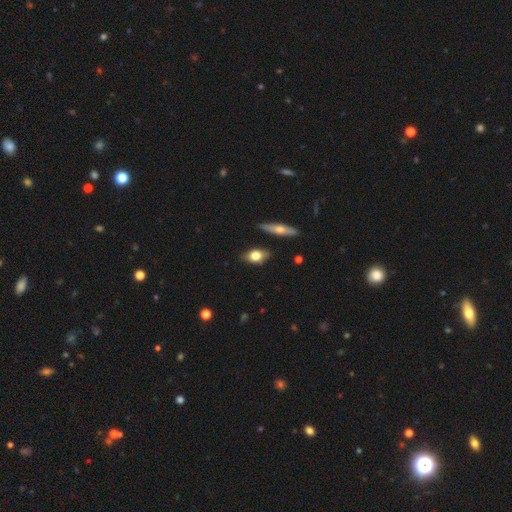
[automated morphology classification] Smooth or featured? Predicted: smooth (p=0.68). How rounded? Predicted: in between (p=0.73). Merging? Predicted: none (p=0.78).